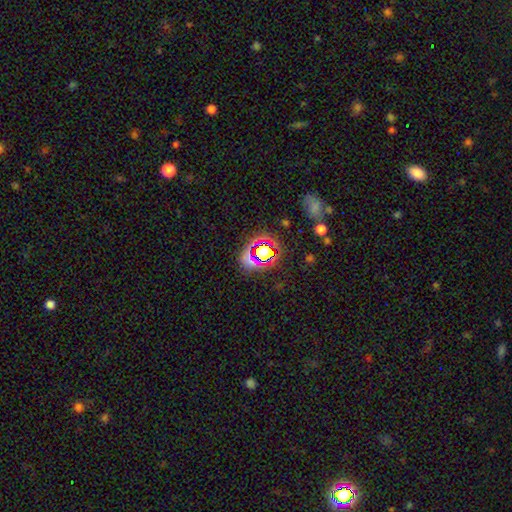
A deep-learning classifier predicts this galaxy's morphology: Smooth or featured: star or artifact — 54% (smooth — 33%)